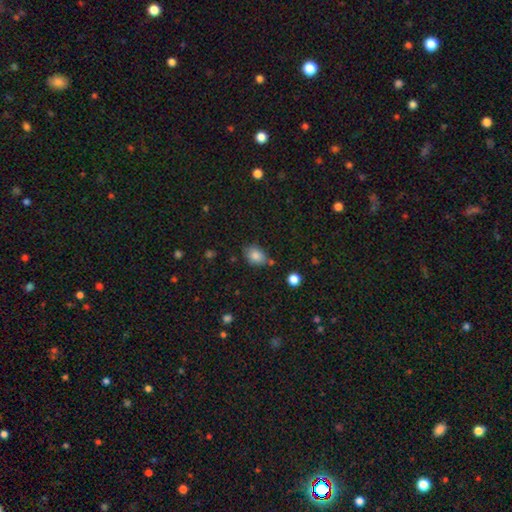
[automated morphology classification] smooth_or_featured: smooth (p=0.84) [alt: star or artifact p=0.10]
how_rounded: in between (p=0.63) [alt: round p=0.36]
merging: none (p=0.68) [alt: minor disturbance p=0.20]